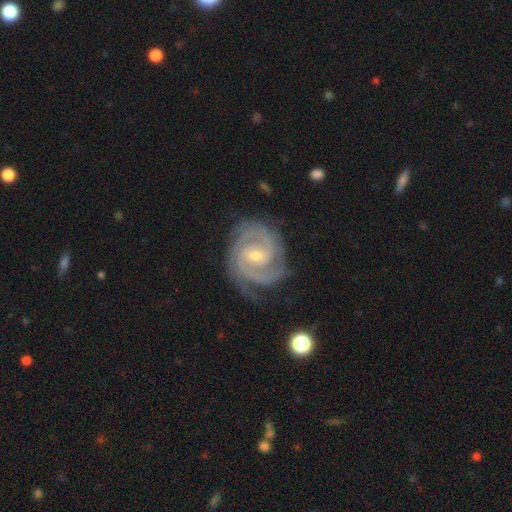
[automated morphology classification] Smooth or featured: featured or disk — 92% (star or artifact — 4%)
Edge-on disk: no — 98% (yes — 2%)
Bar: weak — 51% (no — 32%)
Spiral arms: yes — 99% (no — 1%)
Spiral winding: tight — 67% (medium — 29%)
Spiral arm count: 2 — 59% (3 — 23%)
Bulge size: small — 57% (moderate — 40%)
Merging: none — 75% (minor disturbance — 18%)